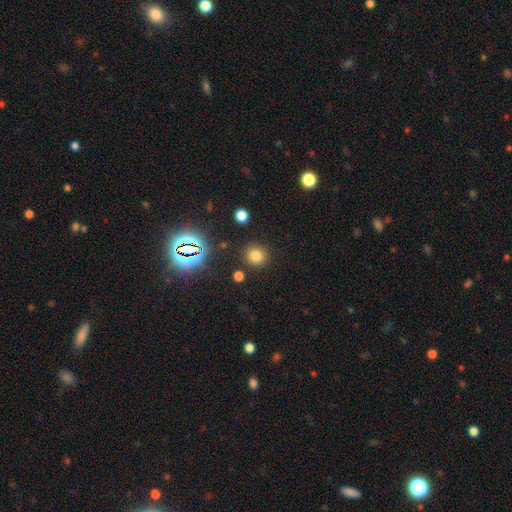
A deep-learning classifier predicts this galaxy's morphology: smooth 74%, star or artifact 19%, featured or disk 6%. Down the decision tree: how rounded — round (90%); merging — none (86%).